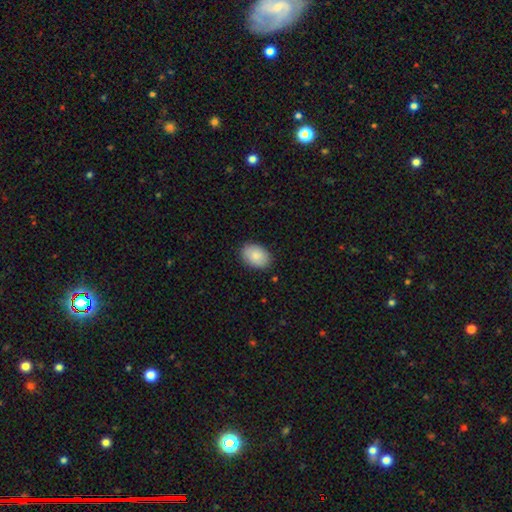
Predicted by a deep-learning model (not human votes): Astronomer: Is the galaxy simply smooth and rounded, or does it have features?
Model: smooth — 87%.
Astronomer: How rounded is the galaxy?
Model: in between — 84%.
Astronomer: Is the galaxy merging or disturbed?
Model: none — 87%.